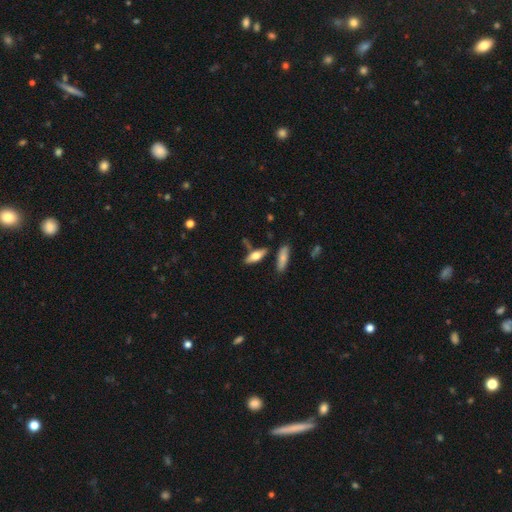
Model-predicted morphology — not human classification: smooth-or-featured: smooth: 56% | featured or disk: 37% | star or artifact: 7%
  how-rounded: in between: 52% | cigar-shaped: 44% | round: 3%
  merging: none: 72% | minor disturbance: 14% | merger: 10% | major disturbance: 4%